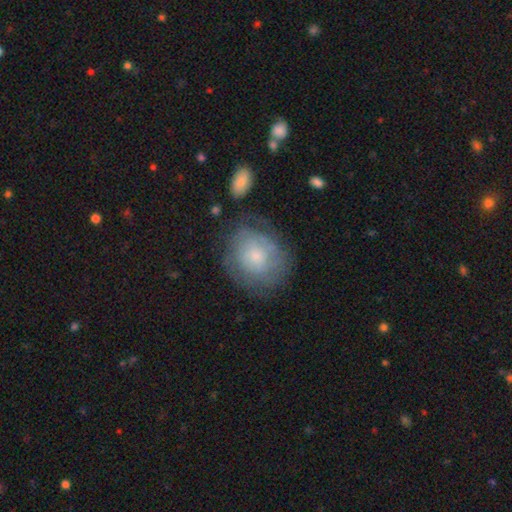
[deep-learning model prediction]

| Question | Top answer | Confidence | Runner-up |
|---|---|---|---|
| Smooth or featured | smooth | 51% | featured or disk (41%) |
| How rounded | round | 66% | in between (33%) |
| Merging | none | 62% | minor disturbance (21%) |